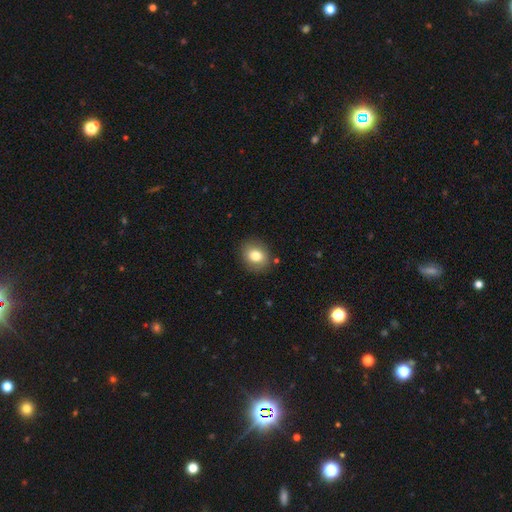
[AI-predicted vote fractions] Q: Smooth or featured?
A: smooth (79%); runner-up: featured or disk (11%)
Q: How rounded?
A: round (64%); runner-up: in between (35%)
Q: Merging?
A: none (86%); runner-up: minor disturbance (9%)